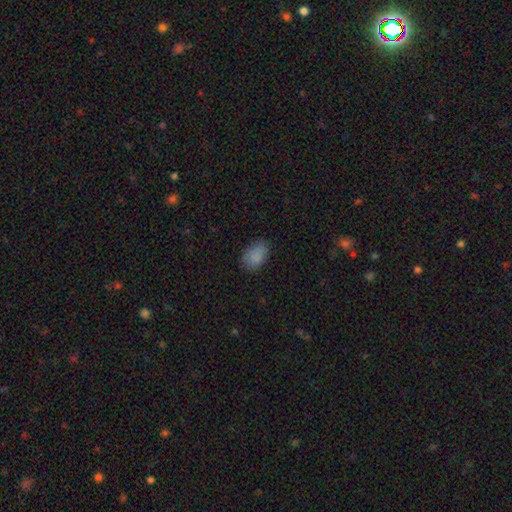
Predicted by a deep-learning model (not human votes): Morphology: type=smooth (86%); roundness=in between (85%); merging=none (78%).